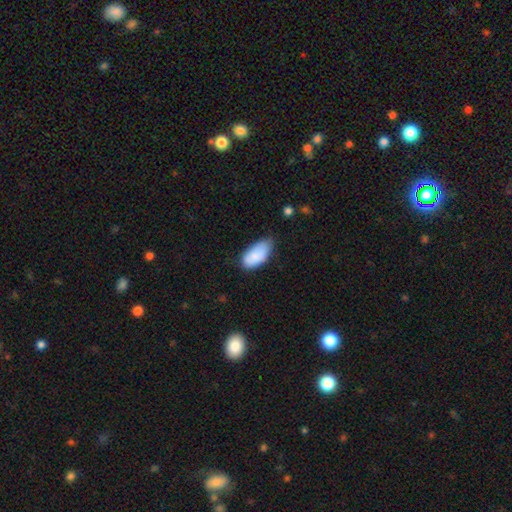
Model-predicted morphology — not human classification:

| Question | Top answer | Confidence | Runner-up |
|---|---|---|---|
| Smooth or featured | smooth | 86% | featured or disk (8%) |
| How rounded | in between | 94% | cigar-shaped (4%) |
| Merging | none | 53% | minor disturbance (38%) |